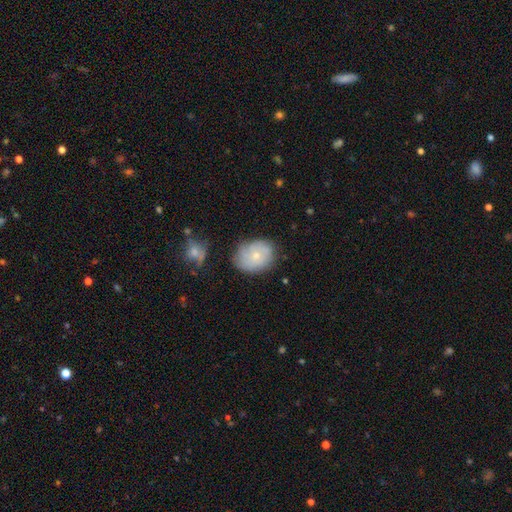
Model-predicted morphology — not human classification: The model was most divided on "how rounded": in between: 54%, round: 45%, cigar-shaped: 1%. More confident: merging — none (68%); smooth or featured — smooth (52%).